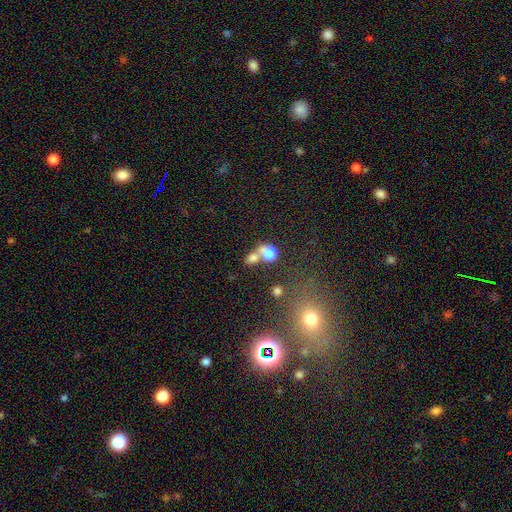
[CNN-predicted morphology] Smooth or featured? Predicted: smooth (p=0.70). How rounded? Predicted: round (p=0.57). Merging? Predicted: merger (p=0.60).